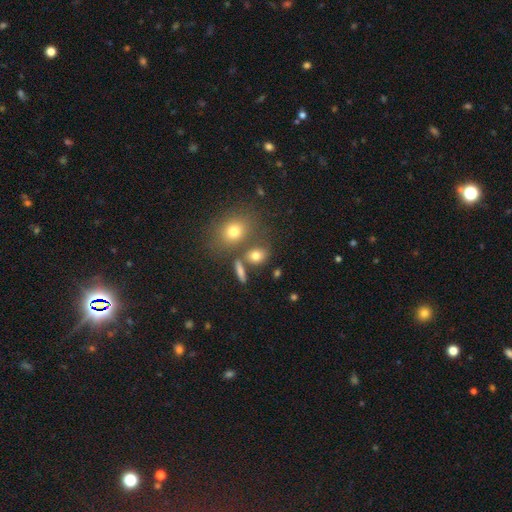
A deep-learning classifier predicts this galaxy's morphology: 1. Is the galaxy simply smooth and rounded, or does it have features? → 75% smooth, 14% star or artifact, 11% featured or disk.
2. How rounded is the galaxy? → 49% in between, 46% round, 4% cigar-shaped.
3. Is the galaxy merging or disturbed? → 63% none, 19% merger, 12% minor disturbance, 6% major disturbance.